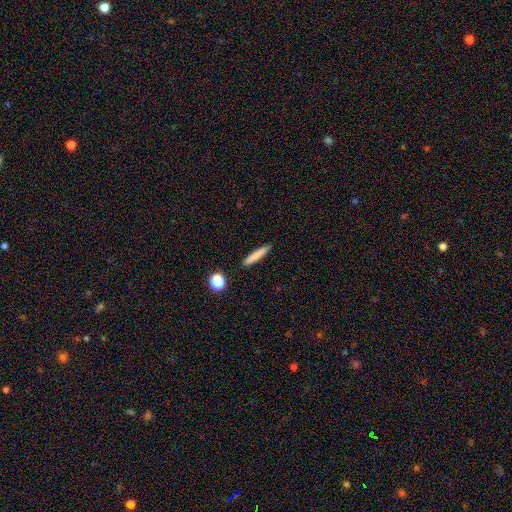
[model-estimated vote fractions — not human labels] smooth_or_featured: smooth (p=0.78) [alt: featured or disk p=0.14]
how_rounded: cigar-shaped (p=0.93) [alt: in between p=0.06]
merging: none (p=0.88) [alt: minor disturbance p=0.07]